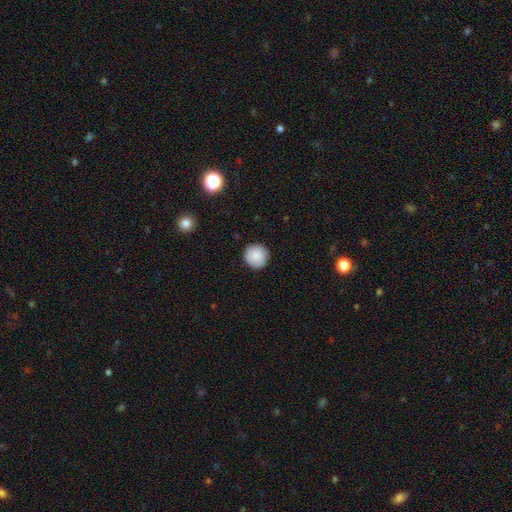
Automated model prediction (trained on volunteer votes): Q: Smooth or featured?
A: smooth (86%); runner-up: star or artifact (7%)
Q: How rounded?
A: round (95%); runner-up: in between (4%)
Q: Merging?
A: none (90%); runner-up: minor disturbance (8%)